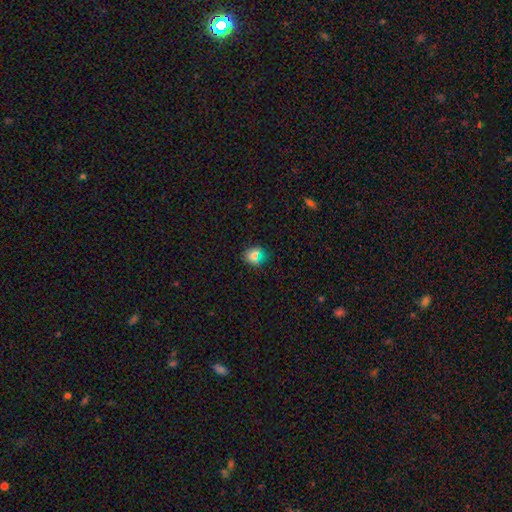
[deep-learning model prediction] This appears to be a smooth galaxy with no disk features (73%) that is round (67%). Merging: none (84%).